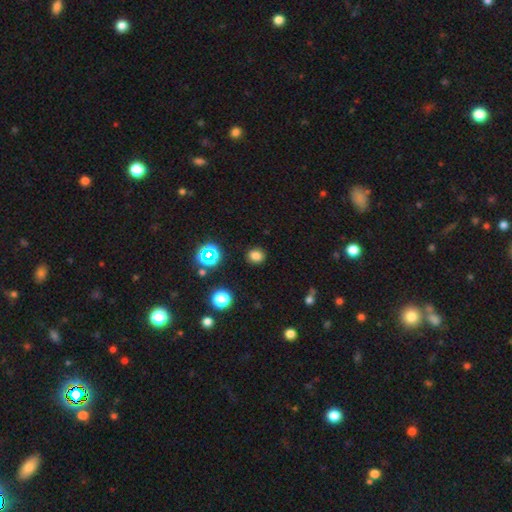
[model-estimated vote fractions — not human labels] Smooth or featured? smooth (78%)
How rounded? round (74%)
Merging? none (89%)